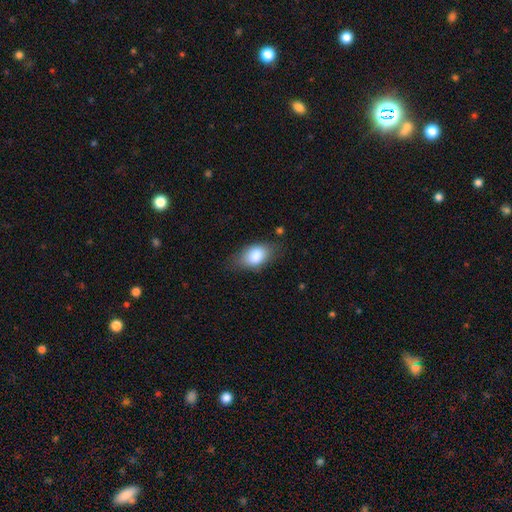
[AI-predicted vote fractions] A smooth galaxy with no disk features (82%) that is in between round and cigar-shaped (89%).

Vote fractions:
- Smooth or featured? smooth: 82% / featured or disk: 10% / star or artifact: 7%
- How rounded? in between: 89% / round: 9% / cigar-shaped: 3%
- Merging? none: 69% / minor disturbance: 22% / major disturbance: 7% / merger: 2%